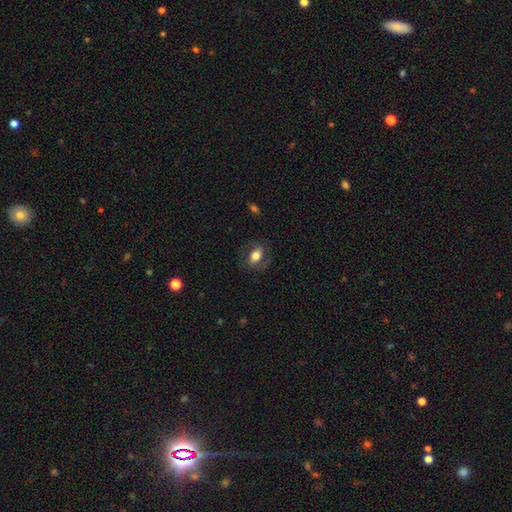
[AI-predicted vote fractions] Smooth or featured? Predicted: smooth (p=0.59). How rounded? Predicted: in between (p=0.80). Merging? Predicted: none (p=0.76).